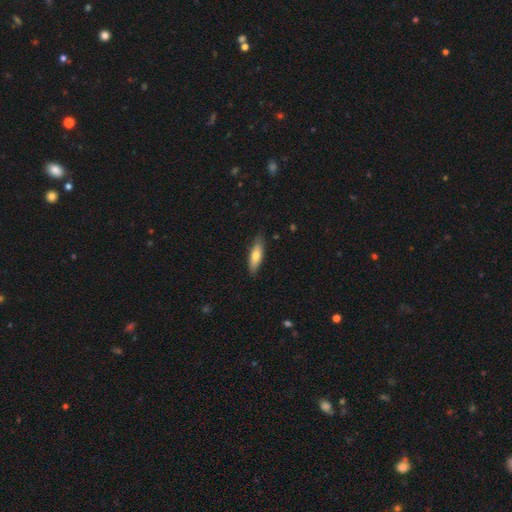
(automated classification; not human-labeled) Smooth or featured? smooth (69%)
How rounded? cigar-shaped (54%)
Merging? none (84%)